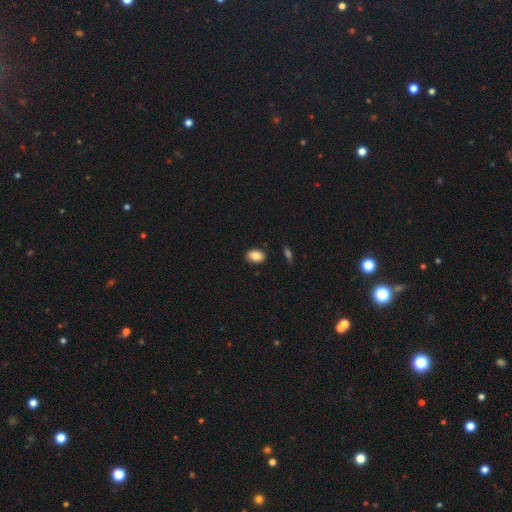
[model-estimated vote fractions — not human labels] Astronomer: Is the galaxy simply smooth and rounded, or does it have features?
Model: smooth — 85%.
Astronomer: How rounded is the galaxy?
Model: in between — 80%.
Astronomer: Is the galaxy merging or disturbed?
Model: none — 88%.